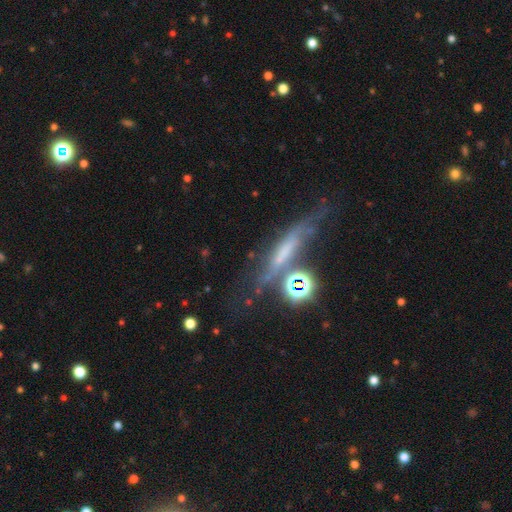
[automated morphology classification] smooth-or-featured: featured or disk: 54% | smooth: 25% | star or artifact: 21%
  disk-edge-on: yes: 80% | no: 20%
  merging: none: 59% | minor disturbance: 17% | merger: 15% | major disturbance: 10%